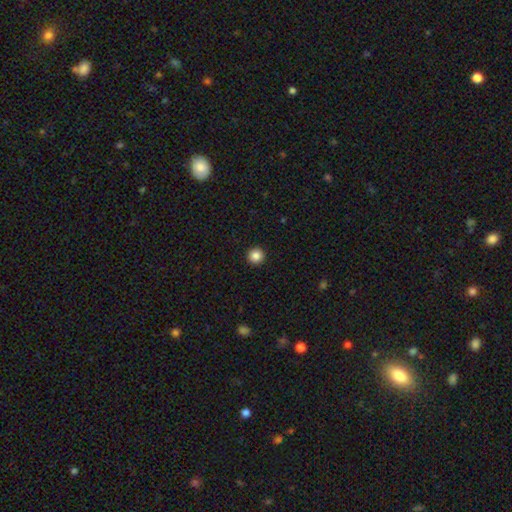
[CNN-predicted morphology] This is clearly a smooth galaxy (86%). How rounded: clearly round (96%). Merging: clearly none (94%).